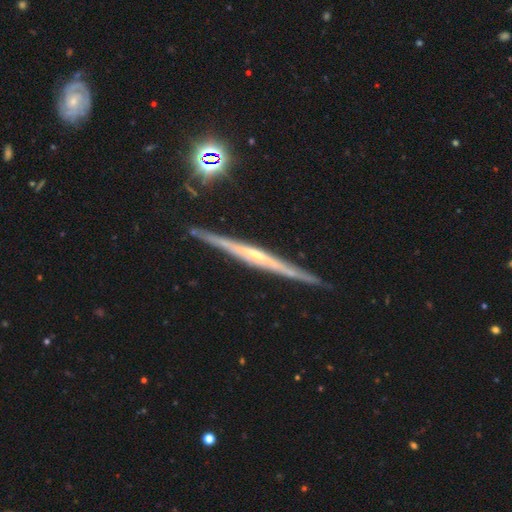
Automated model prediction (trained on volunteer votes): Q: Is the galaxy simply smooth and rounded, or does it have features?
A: featured or disk — 81%.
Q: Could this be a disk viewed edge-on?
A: yes — 98%.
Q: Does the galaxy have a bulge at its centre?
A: rounded — 51%.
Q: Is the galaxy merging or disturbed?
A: none — 89%.